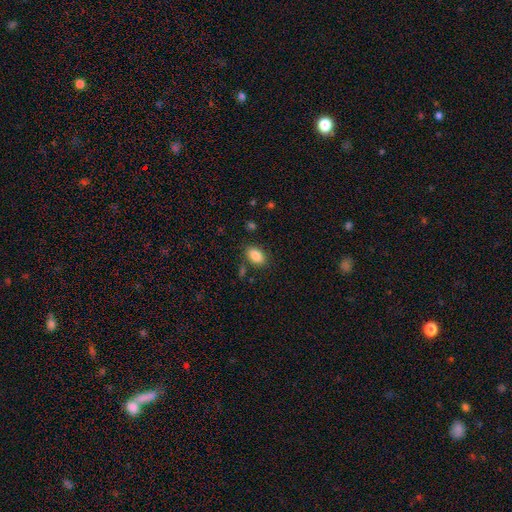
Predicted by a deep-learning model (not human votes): Morphology: type=smooth (87%); roundness=in between (90%); merging=none (83%).